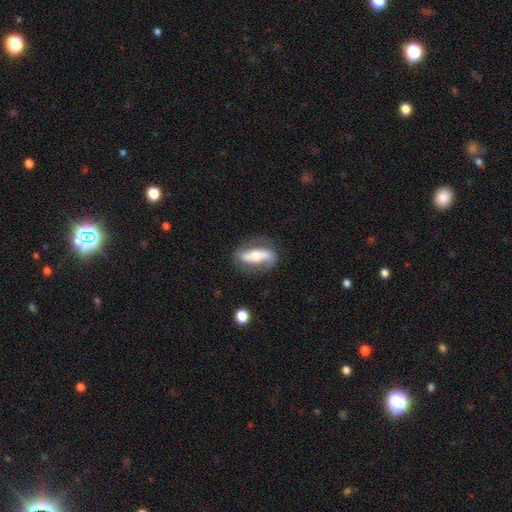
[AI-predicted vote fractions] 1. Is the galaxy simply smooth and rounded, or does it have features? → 67% featured or disk, 27% smooth, 6% star or artifact.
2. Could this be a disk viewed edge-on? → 77% no, 23% yes.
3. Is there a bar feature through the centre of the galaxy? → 56% strong, 26% no, 18% weak.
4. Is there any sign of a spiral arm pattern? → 75% yes, 25% no.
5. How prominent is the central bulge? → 58% moderate, 26% small, 12% large, 2% dominant, 2% none.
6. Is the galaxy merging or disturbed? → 72% none, 17% minor disturbance, 9% major disturbance, 2% merger.